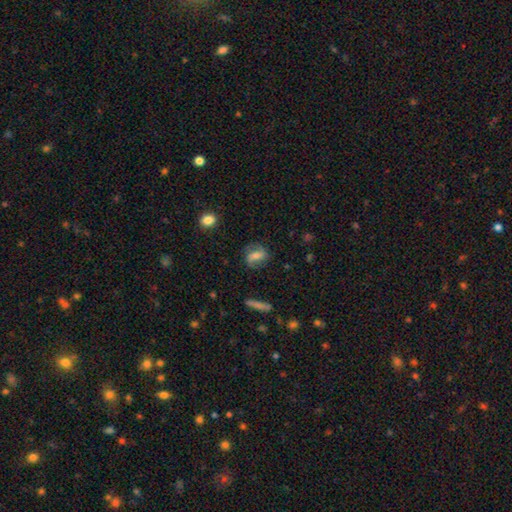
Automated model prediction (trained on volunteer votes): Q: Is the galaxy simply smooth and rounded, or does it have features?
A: smooth — 46%.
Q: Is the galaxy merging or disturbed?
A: none — 72%.